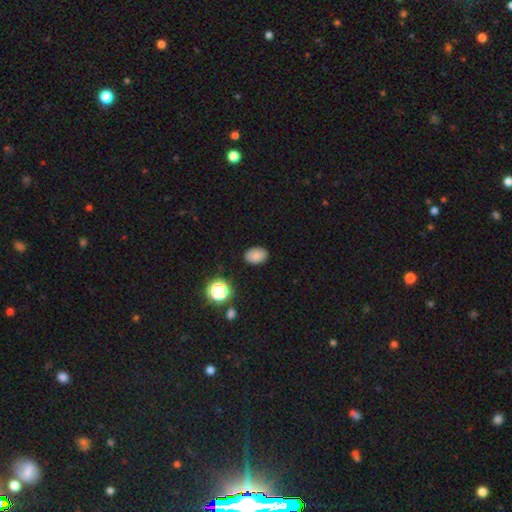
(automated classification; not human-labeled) Q: Smooth or featured?
A: smooth (83%); runner-up: star or artifact (11%)
Q: How rounded?
A: in between (76%); runner-up: round (23%)
Q: Merging?
A: none (86%); runner-up: minor disturbance (10%)